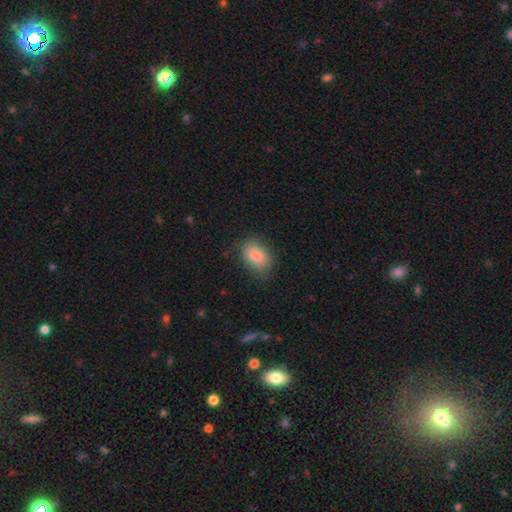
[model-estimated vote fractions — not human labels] Morphology: type=smooth (85%); roundness=in between (83%); merging=none (73%).